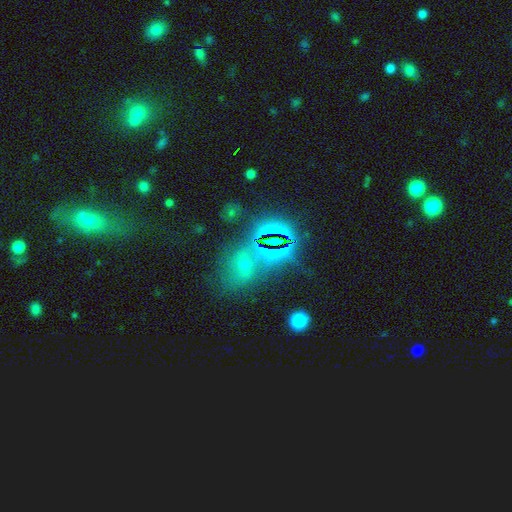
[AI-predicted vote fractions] A star or artifact, not a galaxy (59%).

Vote fractions:
- Smooth or featured? star or artifact: 59% / smooth: 25% / featured or disk: 16%